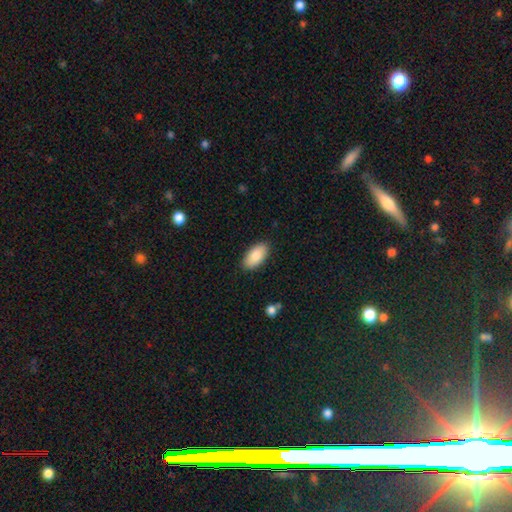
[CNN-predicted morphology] smooth-or-featured: smooth: 86% | featured or disk: 8% | star or artifact: 6%
  how-rounded: in between: 94% | cigar-shaped: 4% | round: 2%
  merging: none: 88% | minor disturbance: 9% | major disturbance: 2% | merger: 1%